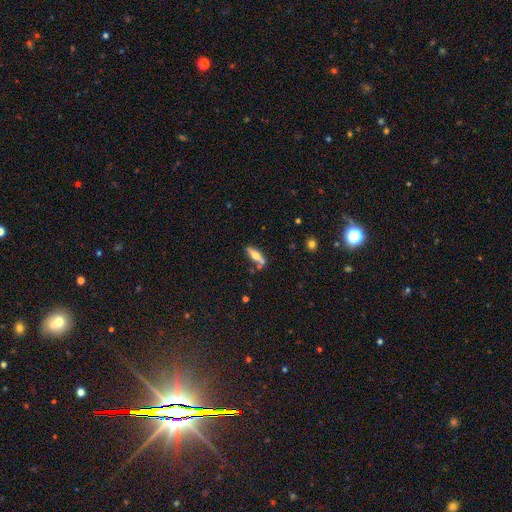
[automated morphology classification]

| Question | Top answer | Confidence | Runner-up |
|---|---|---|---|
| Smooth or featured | smooth | 51% | featured or disk (42%) |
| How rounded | cigar-shaped | 60% | in between (37%) |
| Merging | none | 62% | minor disturbance (16%) |